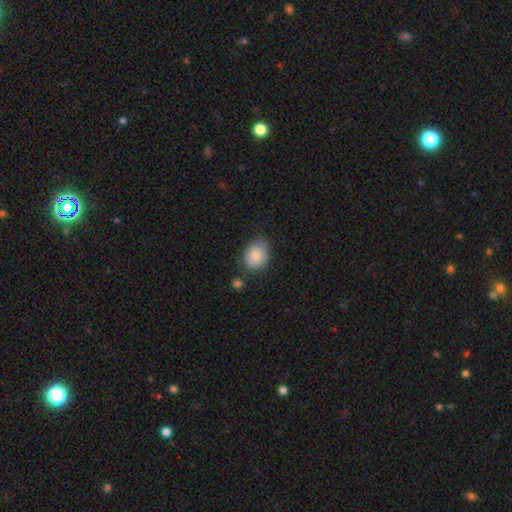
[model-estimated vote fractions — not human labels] smooth-or-featured: smooth: 82% | featured or disk: 10% | star or artifact: 7%
  how-rounded: in between: 57% | round: 43% | cigar-shaped: 1%
  merging: none: 73% | minor disturbance: 19% | merger: 4% | major disturbance: 4%